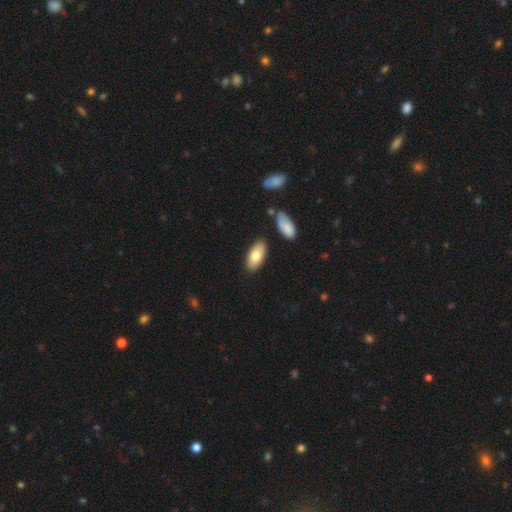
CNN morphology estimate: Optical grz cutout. It shows a smooth galaxy with no disk features (77%) that is in between round and cigar-shaped (92%). Merging: none (85%).